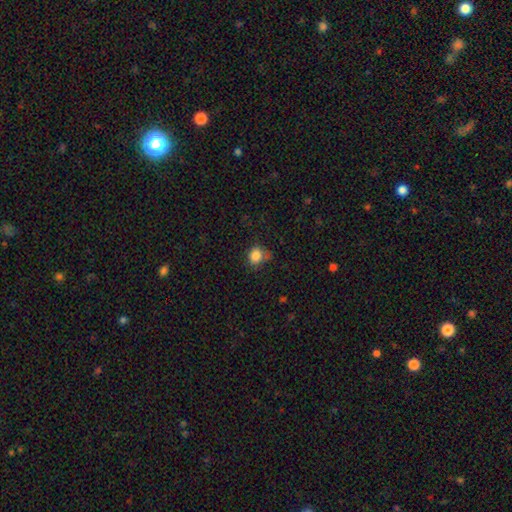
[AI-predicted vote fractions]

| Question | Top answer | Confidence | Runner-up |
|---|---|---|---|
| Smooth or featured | smooth | 83% | star or artifact (11%) |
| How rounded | round | 70% | in between (29%) |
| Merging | none | 56% | minor disturbance (31%) |